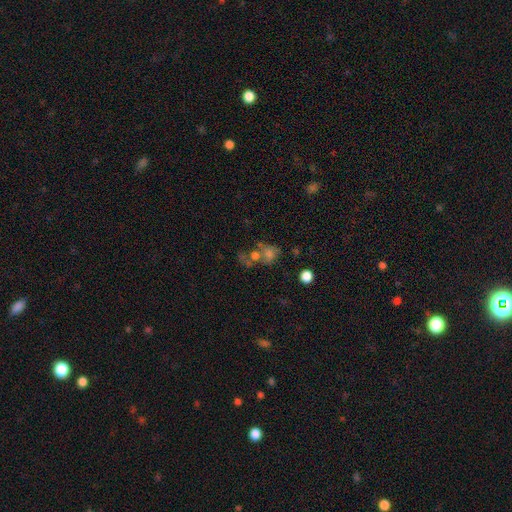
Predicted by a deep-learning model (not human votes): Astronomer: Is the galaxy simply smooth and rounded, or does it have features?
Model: smooth — 42% (runner-up: featured or disk, 31%).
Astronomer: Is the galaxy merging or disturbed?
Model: merger — 46% (runner-up: none, 31%).